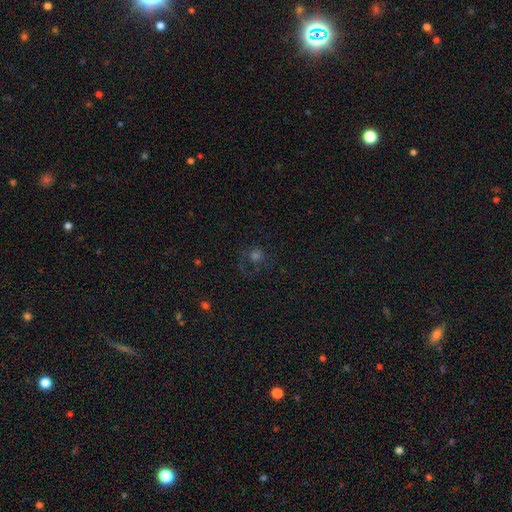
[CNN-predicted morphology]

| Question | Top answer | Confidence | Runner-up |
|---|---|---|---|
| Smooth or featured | smooth | 41% | star or artifact (33%) |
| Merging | none | 56% | major disturbance (27%) |